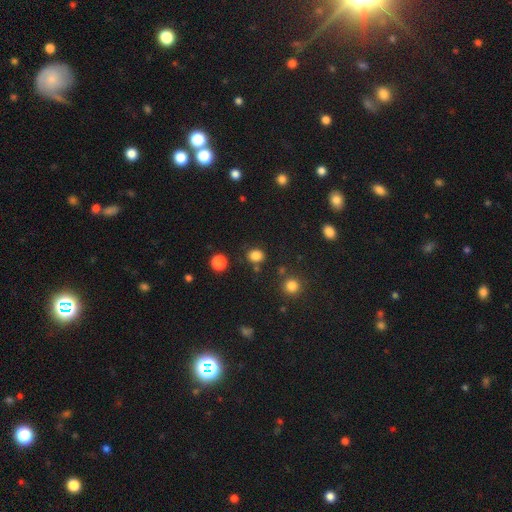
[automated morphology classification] Smooth or featured? smooth (82%)
How rounded? round (59%)
Merging? none (79%)